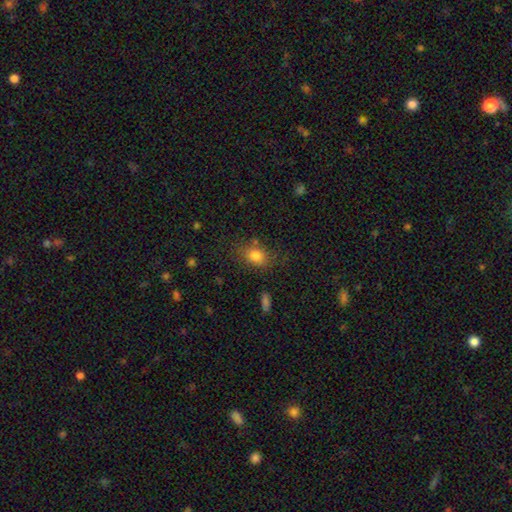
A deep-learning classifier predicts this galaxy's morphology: Overall: smooth (81%). How rounded: in between (62%; round 36%). Merging: none (71%).